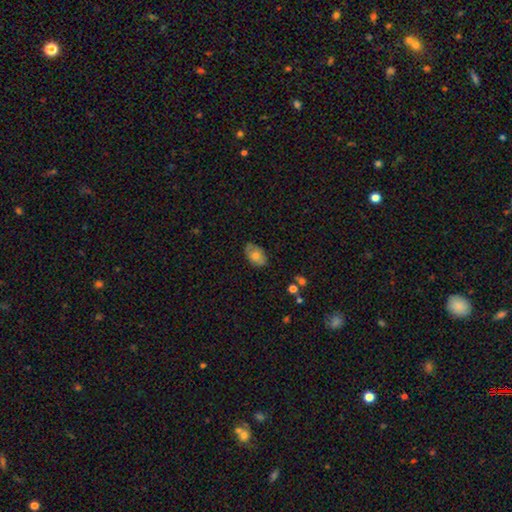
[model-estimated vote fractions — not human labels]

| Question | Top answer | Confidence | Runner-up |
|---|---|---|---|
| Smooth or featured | smooth | 69% | featured or disk (23%) |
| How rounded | in between | 89% | round (9%) |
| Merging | none | 74% | minor disturbance (21%) |